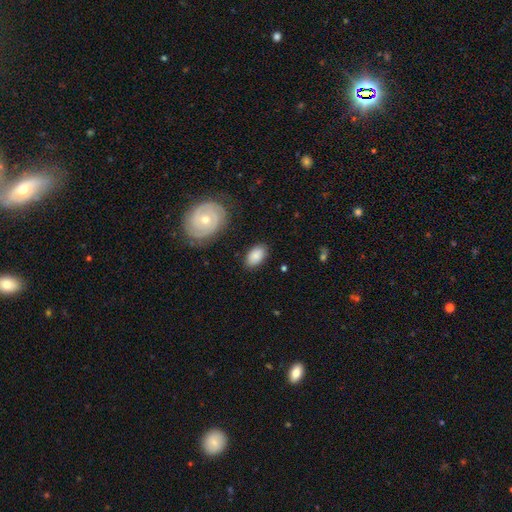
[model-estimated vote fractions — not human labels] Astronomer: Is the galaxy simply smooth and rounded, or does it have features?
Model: smooth — 81%.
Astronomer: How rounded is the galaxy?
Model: in between — 93%.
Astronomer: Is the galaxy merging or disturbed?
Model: none — 82%.